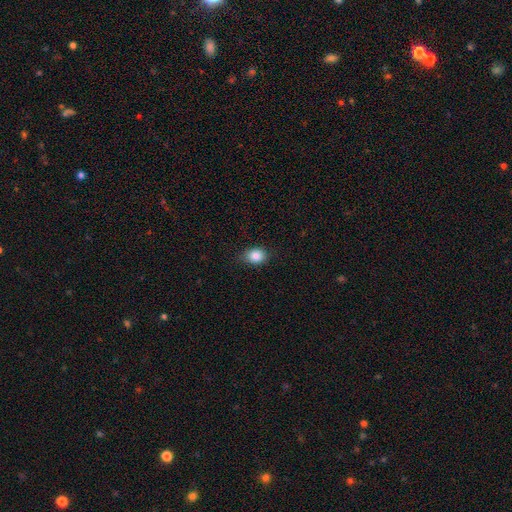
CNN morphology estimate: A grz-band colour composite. It shows a smooth galaxy with no disk features (86%) that is round (51%). Merging: none (78%).